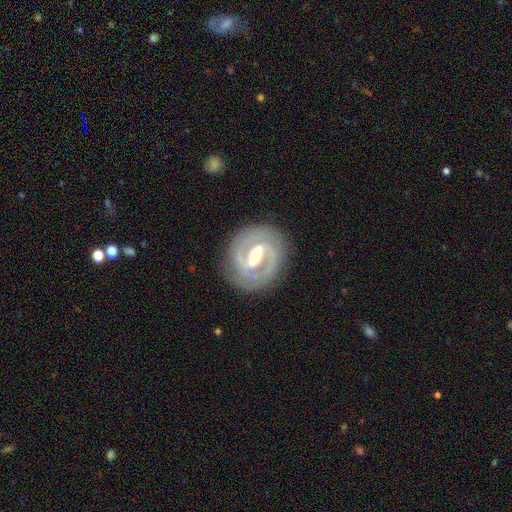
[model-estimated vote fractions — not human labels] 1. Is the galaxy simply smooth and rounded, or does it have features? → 89% featured or disk, 7% smooth, 4% star or artifact.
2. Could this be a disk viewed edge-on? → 96% no, 4% yes.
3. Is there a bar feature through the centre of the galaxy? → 60% strong, 32% weak, 8% no.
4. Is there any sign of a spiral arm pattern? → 93% yes, 7% no.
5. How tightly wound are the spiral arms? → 61% tight, 33% medium, 6% loose.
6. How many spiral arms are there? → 85% 2, 6% can't tell, 4% 3, 3% 1, 1% 4, 1% more than 4.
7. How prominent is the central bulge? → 66% moderate, 25% small, 7% large, 1% none, 1% dominant.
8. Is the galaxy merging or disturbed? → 84% none, 11% minor disturbance, 4% major disturbance, 1% merger.